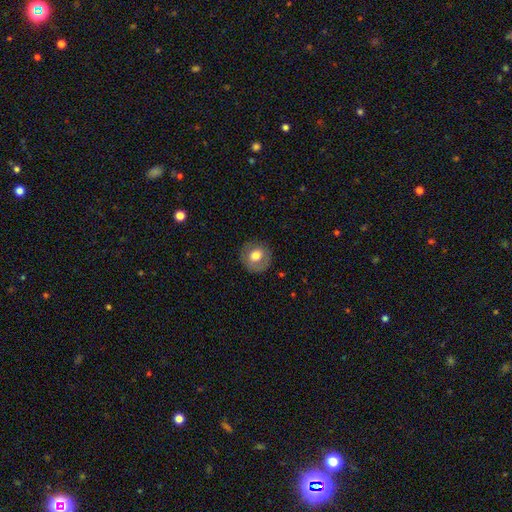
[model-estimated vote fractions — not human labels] Smooth or featured? Predicted: smooth (p=0.69). How rounded? Predicted: round (p=0.87). Merging? Predicted: none (p=0.82).